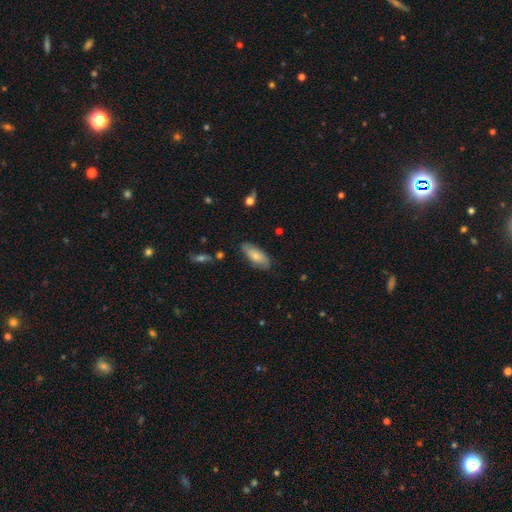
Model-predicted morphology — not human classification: type=smooth (68%); roundness=in between (81%); merging=none (79%).